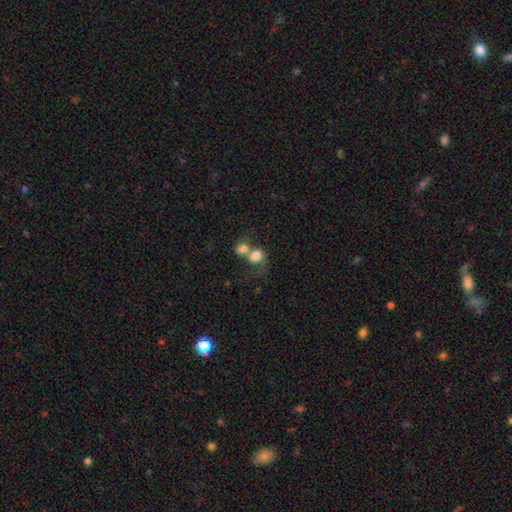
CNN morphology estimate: The model was most divided on "how rounded": round: 61%, in between: 38%, cigar-shaped: 1%. More confident: smooth or featured — smooth (75%); merging — merger (72%).